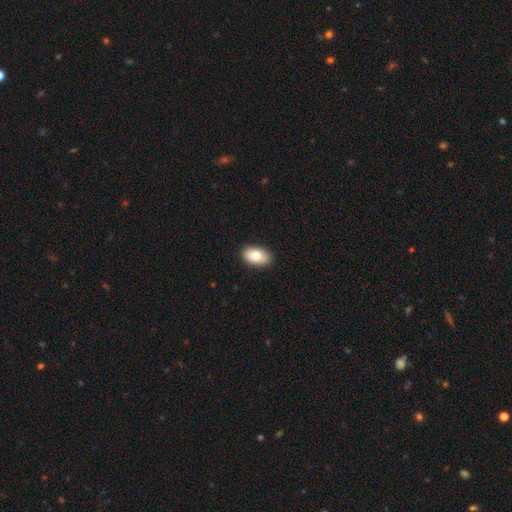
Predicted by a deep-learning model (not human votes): Smooth or featured? Predicted: smooth (p=0.84). How rounded? Predicted: in between (p=0.93). Merging? Predicted: none (p=0.88).